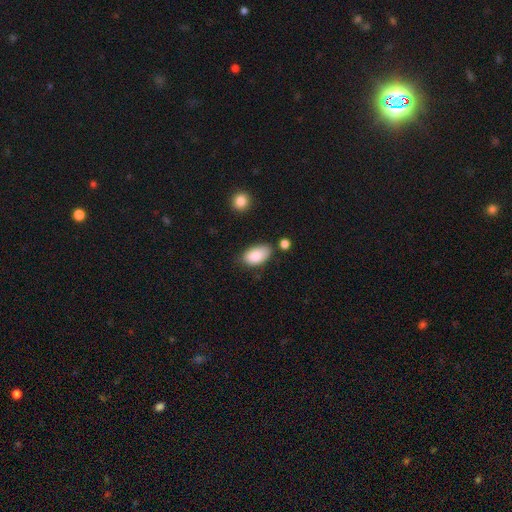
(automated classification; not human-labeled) Smooth or featured?
  - smooth: 85% *
  - featured or disk: 8%
  - star or artifact: 7%
How rounded?
  - in between: 93% *
  - round: 5%
  - cigar-shaped: 2%
Merging?
  - none: 65% *
  - minor disturbance: 24%
  - merger: 7%
  - major disturbance: 5%